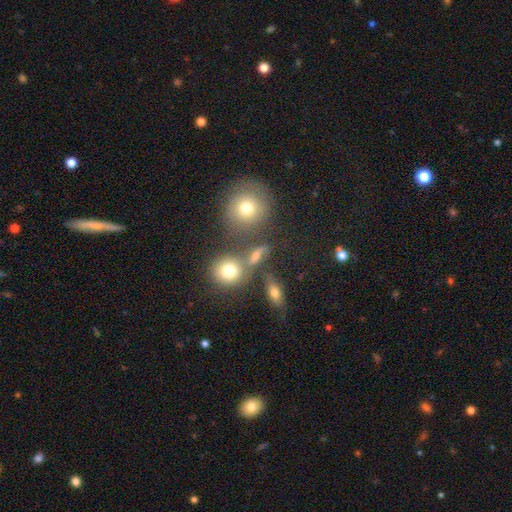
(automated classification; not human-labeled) Overall: smooth (61%). How rounded: round (52%; in between 40%). Merging: none (56%; merger 23%).